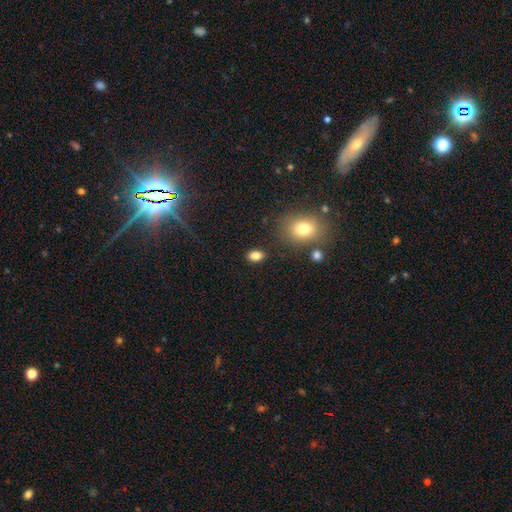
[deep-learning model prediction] smooth-or-featured: smooth: 83% | star or artifact: 11% | featured or disk: 6%
  how-rounded: in between: 80% | round: 19% | cigar-shaped: 2%
  merging: none: 85% | minor disturbance: 9% | major disturbance: 3% | merger: 3%